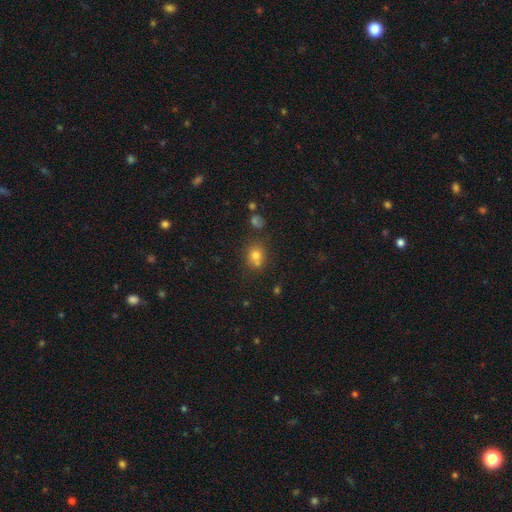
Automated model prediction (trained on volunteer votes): Morphology: type=smooth (71%); roundness=round (76%); merging=none (58%).